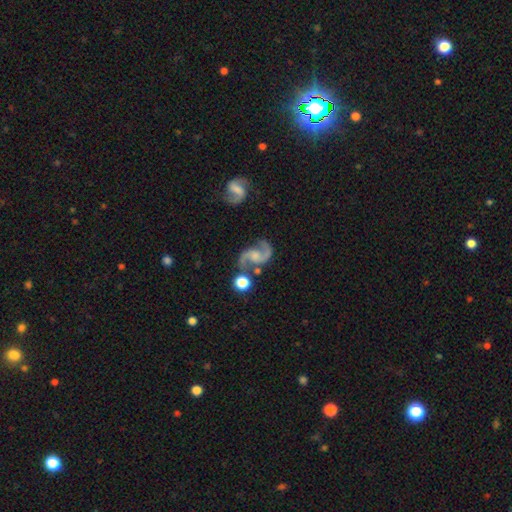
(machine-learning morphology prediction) Smooth or featured? Predicted: featured or disk (p=0.91). Edge-on disk? Predicted: no (p=0.98). Bar? Predicted: no (p=0.54). Spiral arms? Predicted: yes (p=0.98). Spiral winding? Predicted: medium (p=0.46). Spiral arm count? Predicted: 2 (p=0.94). Bulge size? Predicted: none (p=0.36). Merging? Predicted: none (p=0.69).